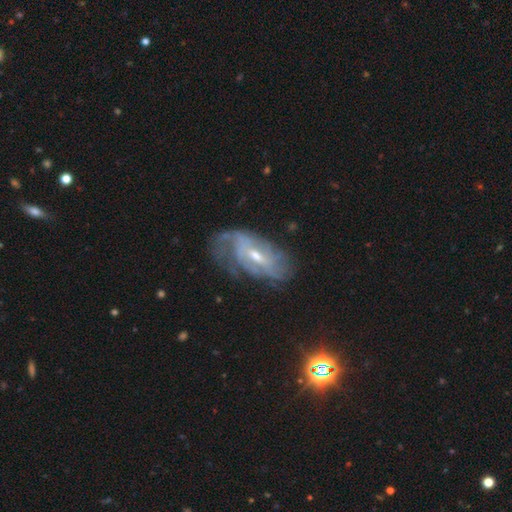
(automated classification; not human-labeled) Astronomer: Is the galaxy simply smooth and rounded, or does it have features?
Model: featured or disk — 79%.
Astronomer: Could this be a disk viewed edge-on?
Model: no — 93%.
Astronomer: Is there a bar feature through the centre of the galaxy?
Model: weak — 51% (runner-up: no, 31%).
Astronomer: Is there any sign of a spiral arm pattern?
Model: yes — 85%.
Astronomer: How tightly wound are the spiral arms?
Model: medium — 38%, tied with tight at 38%.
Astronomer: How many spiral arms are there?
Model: can't tell — 46% (runner-up: 2, 25%).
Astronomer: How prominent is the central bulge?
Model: moderate — 49% (runner-up: small, 46%).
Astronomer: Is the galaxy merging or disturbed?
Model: none — 50% (runner-up: minor disturbance, 26%).